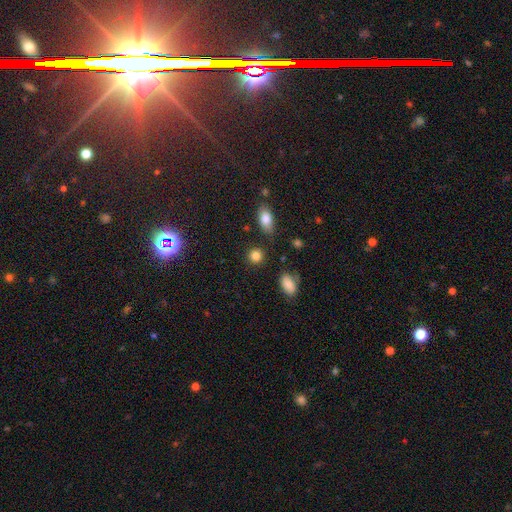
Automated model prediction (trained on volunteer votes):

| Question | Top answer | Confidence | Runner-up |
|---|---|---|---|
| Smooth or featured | smooth | 85% | star or artifact (10%) |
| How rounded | round | 86% | in between (13%) |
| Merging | none | 86% | minor disturbance (8%) |